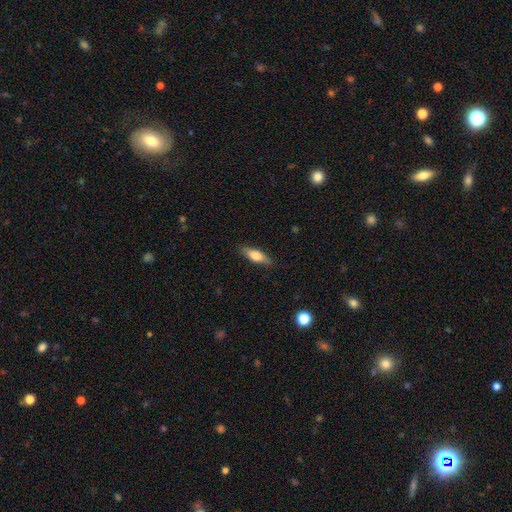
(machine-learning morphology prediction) smooth_or_featured: smooth (p=0.65) [alt: featured or disk p=0.29]
how_rounded: in between (p=0.53) [alt: cigar-shaped p=0.45]
merging: none (p=0.86) [alt: minor disturbance p=0.11]